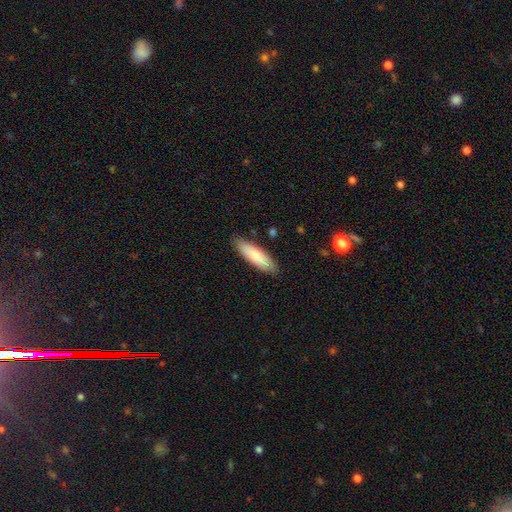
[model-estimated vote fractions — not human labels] Smooth or featured?
  - smooth: 75% *
  - featured or disk: 20%
  - star or artifact: 6%
How rounded?
  - cigar-shaped: 59% *
  - in between: 40%
  - round: 2%
Merging?
  - none: 85% *
  - minor disturbance: 12%
  - major disturbance: 2%
  - merger: 1%